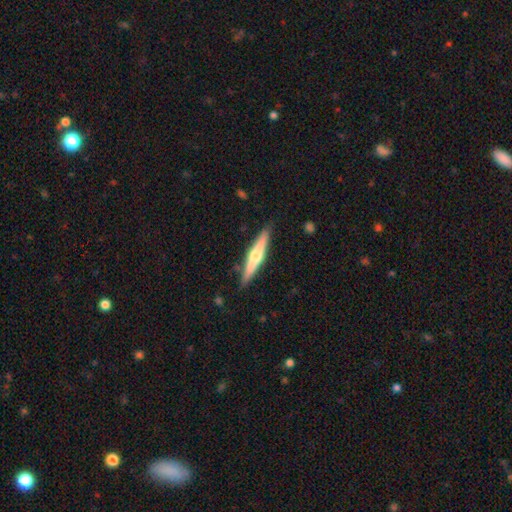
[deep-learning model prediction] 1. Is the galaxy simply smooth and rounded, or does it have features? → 63% featured or disk, 32% smooth, 5% star or artifact.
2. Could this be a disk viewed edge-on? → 97% yes, 3% no.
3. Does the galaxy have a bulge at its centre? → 90% rounded, 6% none, 4% boxy.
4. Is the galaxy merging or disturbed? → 88% none, 9% minor disturbance, 2% major disturbance, 1% merger.